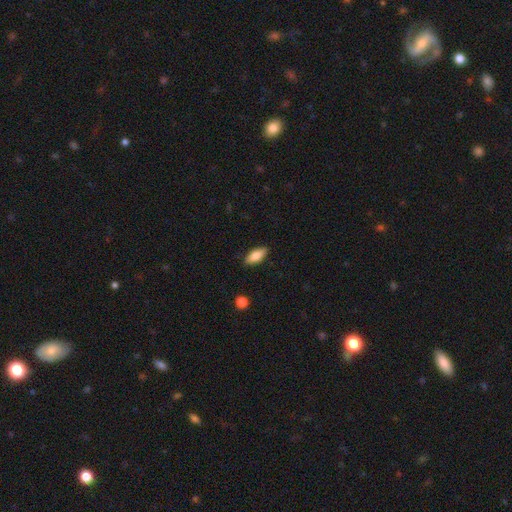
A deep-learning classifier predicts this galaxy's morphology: smooth 78%, featured or disk 15%, star or artifact 6%. Down the decision tree: how rounded — in between (79%); merging — none (87%).